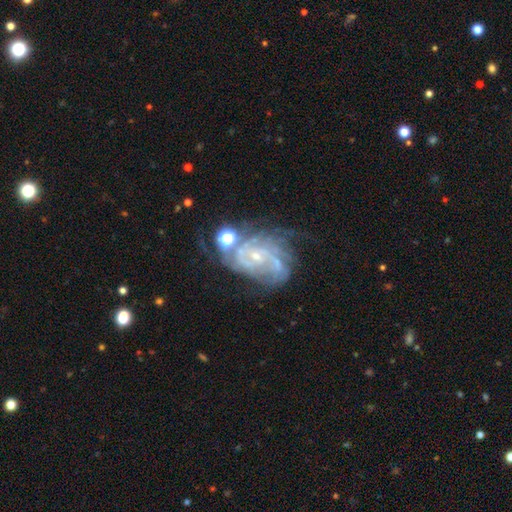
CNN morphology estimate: Smooth or featured? Predicted: featured or disk (p=0.82). Edge-on disk? Predicted: no (p=0.97). Bar? Predicted: no (p=0.67). Spiral arms? Predicted: yes (p=0.93). Spiral winding? Predicted: tight (p=0.58). Spiral arm count? Predicted: can't tell (p=0.35). Bulge size? Predicted: small (p=0.79). Merging? Predicted: none (p=0.47).